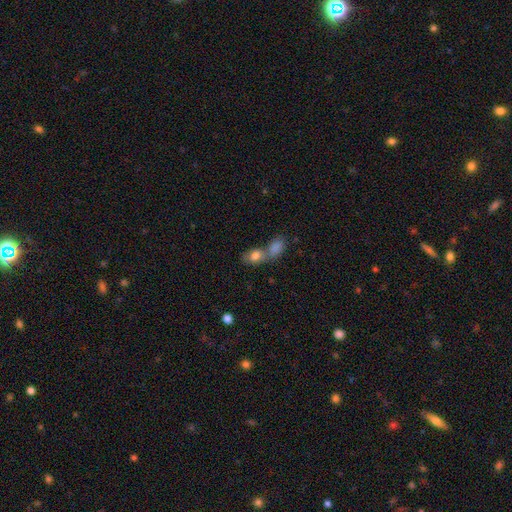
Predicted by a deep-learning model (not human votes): Smooth or featured? Predicted: smooth (p=0.79). How rounded? Predicted: in between (p=0.82). Merging? Predicted: merger (p=0.64).